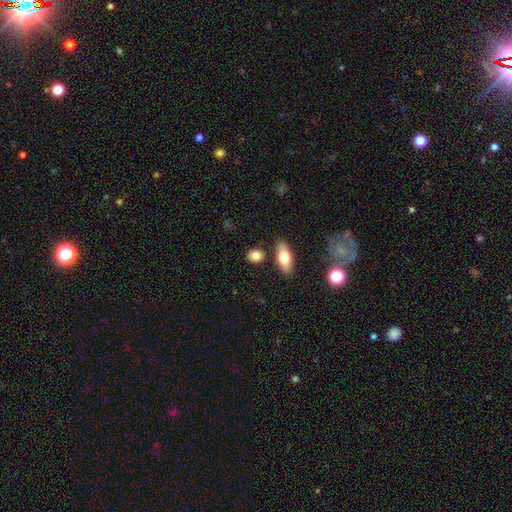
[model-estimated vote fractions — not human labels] Overall: smooth (82%). How rounded: in between (58%; round 37%). Merging: none (79%).